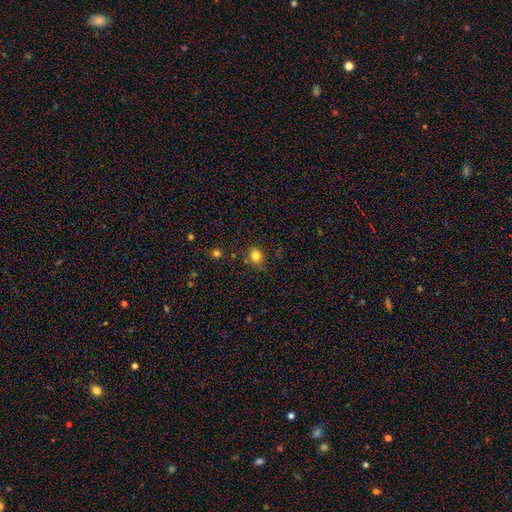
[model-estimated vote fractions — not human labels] Smooth or featured?
  - smooth: 81% *
  - star or artifact: 13%
  - featured or disk: 6%
How rounded?
  - round: 82% *
  - in between: 17%
  - cigar-shaped: 1%
Merging?
  - none: 81% *
  - minor disturbance: 12%
  - merger: 4%
  - major disturbance: 3%